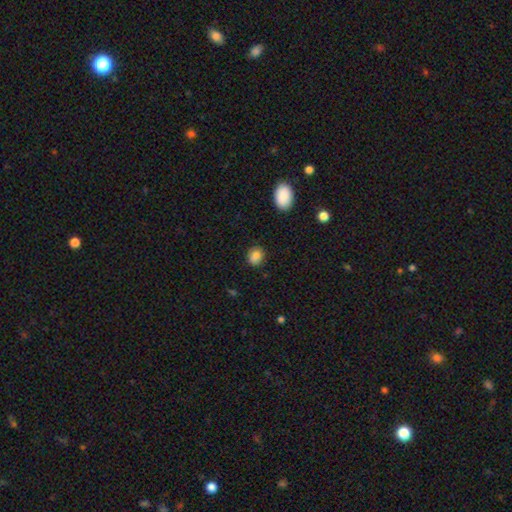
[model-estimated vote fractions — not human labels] Q: Smooth or featured?
A: smooth (85%); runner-up: star or artifact (10%)
Q: How rounded?
A: round (63%); runner-up: in between (35%)
Q: Merging?
A: none (84%); runner-up: minor disturbance (11%)